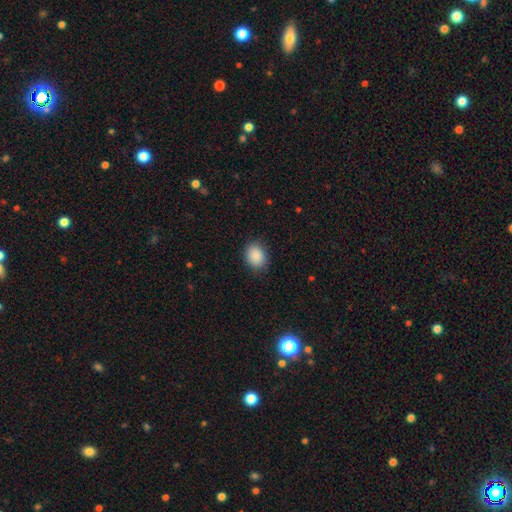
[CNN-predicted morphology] Smooth or featured?
  - smooth: 88% *
  - star or artifact: 8%
  - featured or disk: 4%
How rounded?
  - round: 51% *
  - in between: 49%
  - cigar-shaped: 1%
Merging?
  - none: 85% *
  - minor disturbance: 11%
  - major disturbance: 3%
  - merger: 1%